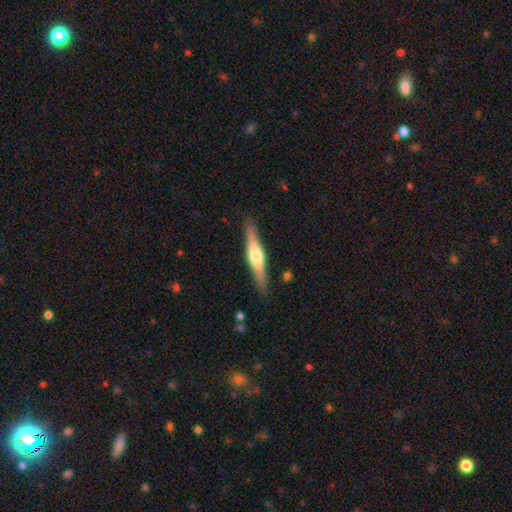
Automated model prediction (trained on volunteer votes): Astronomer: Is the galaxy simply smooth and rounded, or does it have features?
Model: featured or disk — 61%.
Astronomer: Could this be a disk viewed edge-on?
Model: yes — 95%.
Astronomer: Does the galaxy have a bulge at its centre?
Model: rounded — 89%.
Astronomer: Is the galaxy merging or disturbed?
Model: none — 87%.